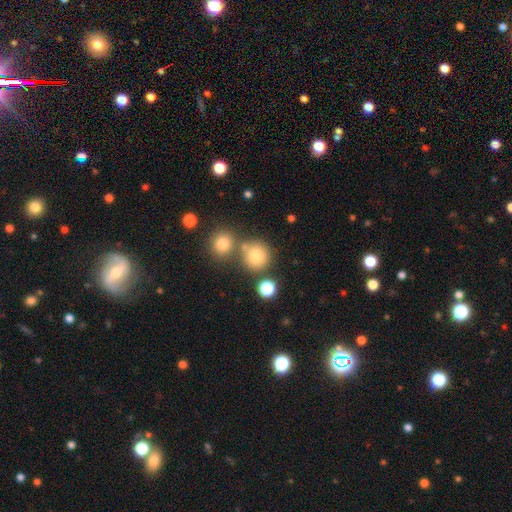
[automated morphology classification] Smooth or featured? Predicted: smooth (p=0.77). How rounded? Predicted: round (p=0.90). Merging? Predicted: none (p=0.66).